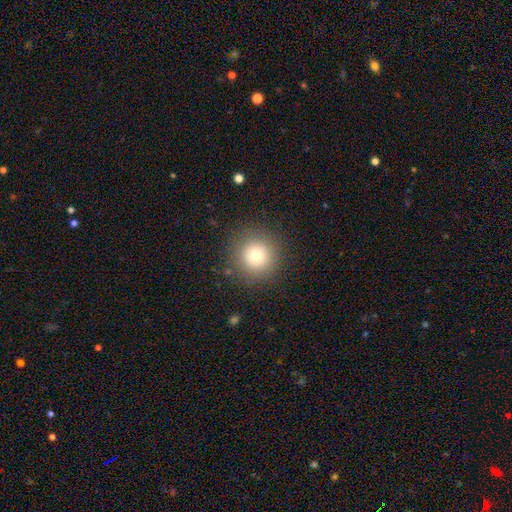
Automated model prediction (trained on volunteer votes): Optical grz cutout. It shows a smooth galaxy with no disk features (76%) that is round (95%). Merging: none (88%).